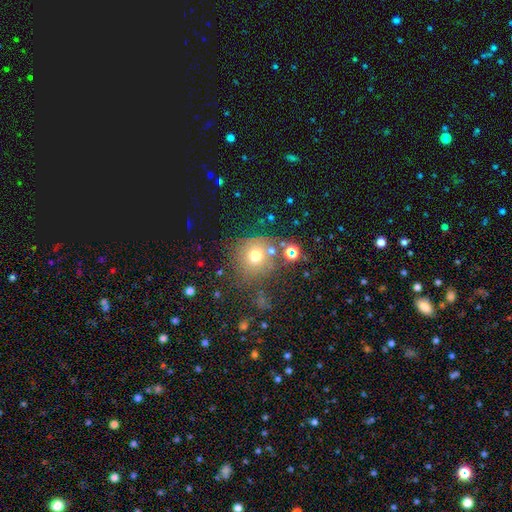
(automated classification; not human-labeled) smooth-or-featured: smooth: 68% | star or artifact: 19% | featured or disk: 13%
  how-rounded: round: 89% | in between: 10% | cigar-shaped: 1%
  merging: none: 69% | minor disturbance: 14% | merger: 11% | major disturbance: 7%